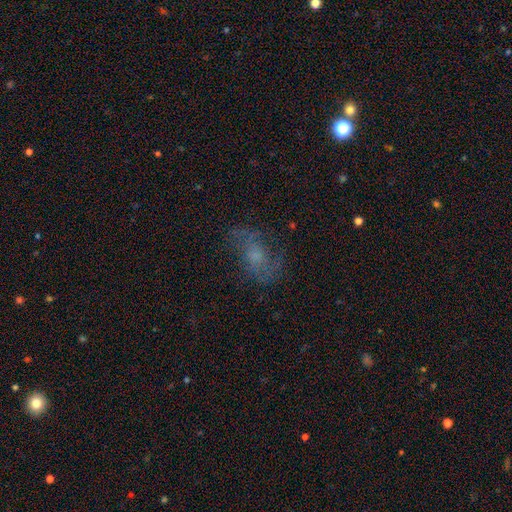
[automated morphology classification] Smooth or featured? featured or disk (57%)
Edge-on disk? no (95%)
Bar? no (70%)
Spiral arms? yes (79%)
Bulge size? moderate (38%)
Merging? none (63%)